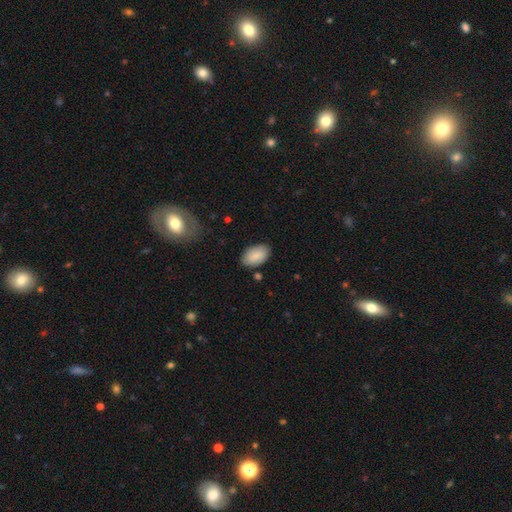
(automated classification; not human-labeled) This appears to be a smooth galaxy with no disk features (86%) that is in between round and cigar-shaped (94%). Merging: none (81%).